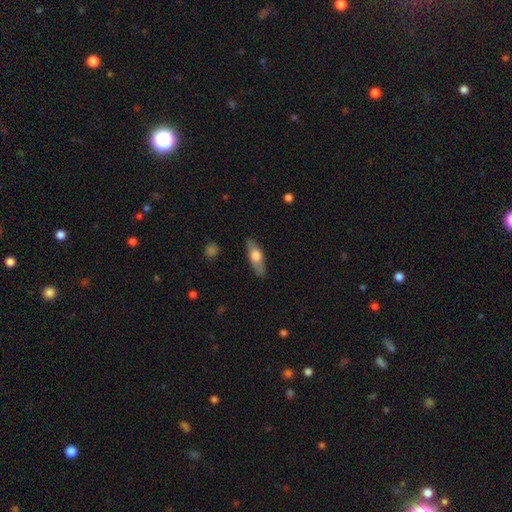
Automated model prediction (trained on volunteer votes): smooth-or-featured: smooth: 53% | featured or disk: 41% | star or artifact: 6%
  how-rounded: in between: 50% | cigar-shaped: 46% | round: 4%
  merging: none: 80% | minor disturbance: 15% | major disturbance: 4% | merger: 2%